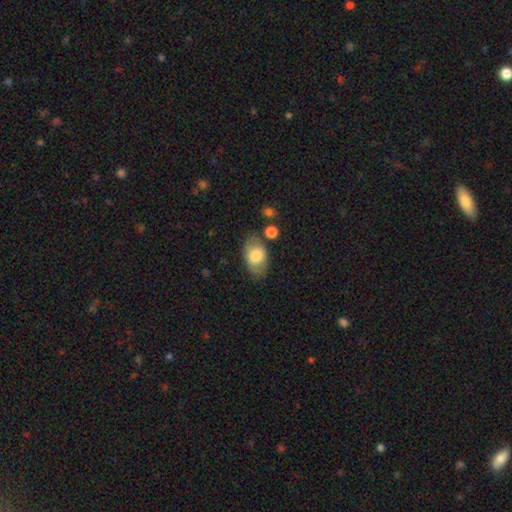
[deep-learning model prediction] smooth-or-featured: smooth: 72% | featured or disk: 22% | star or artifact: 7%
  how-rounded: in between: 89% | round: 10% | cigar-shaped: 1%
  merging: none: 73% | minor disturbance: 16% | major disturbance: 6% | merger: 5%